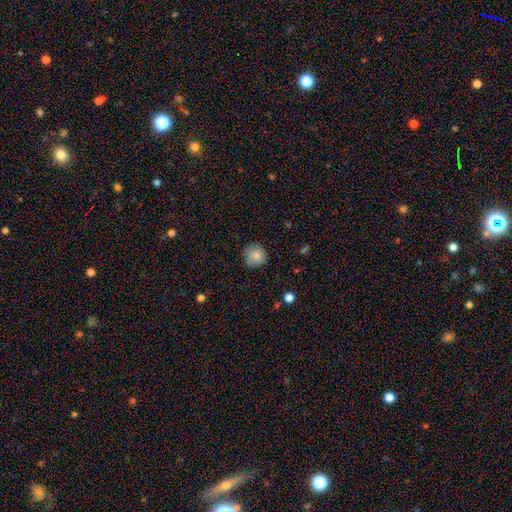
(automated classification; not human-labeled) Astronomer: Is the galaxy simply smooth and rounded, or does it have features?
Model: smooth — 82%.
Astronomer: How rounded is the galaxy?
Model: round — 92%.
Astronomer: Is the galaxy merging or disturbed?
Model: none — 81%.